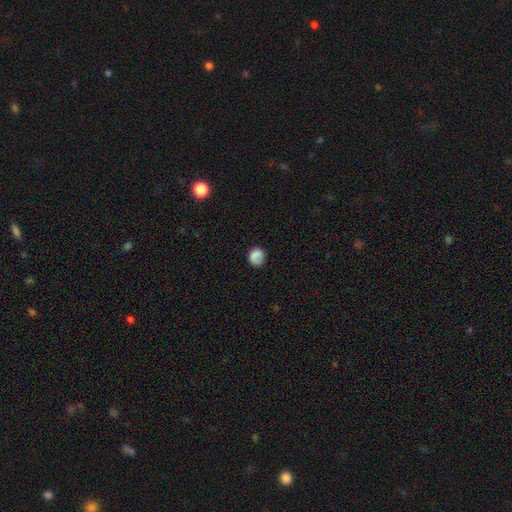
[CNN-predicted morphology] This is clearly a smooth galaxy (81%). How rounded: likely round (80%). Merging: likely none (71%).